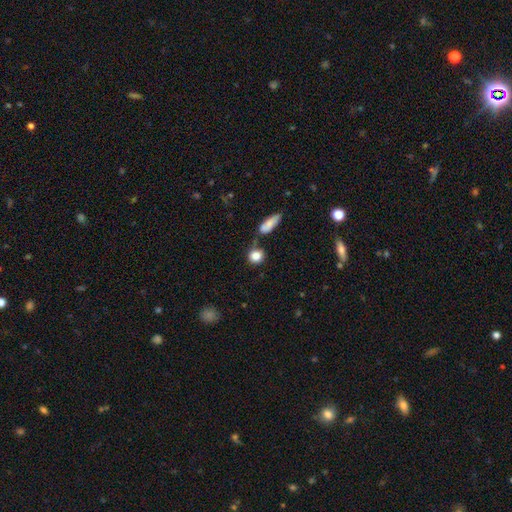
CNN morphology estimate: This is clearly a smooth galaxy (84%). How rounded: likely round (78%). Merging: likely none (62%).